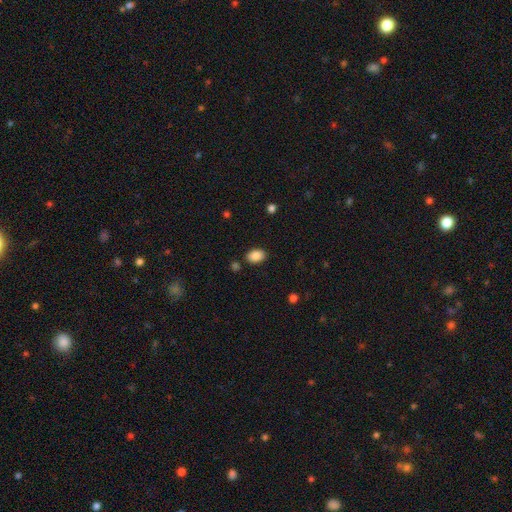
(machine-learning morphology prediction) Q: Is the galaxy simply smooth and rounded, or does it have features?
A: smooth — 87%.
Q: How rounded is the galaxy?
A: in between — 83%.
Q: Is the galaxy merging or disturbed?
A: none — 85%.